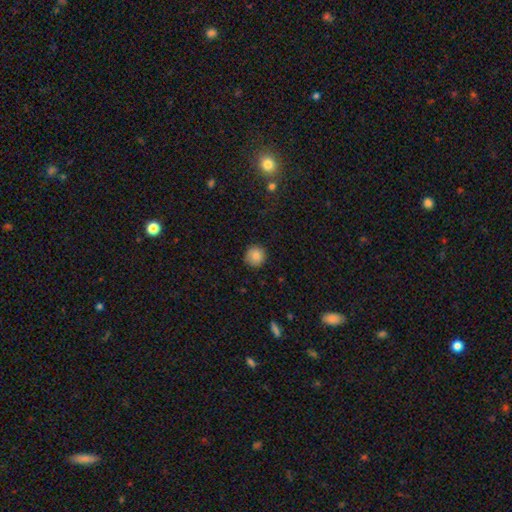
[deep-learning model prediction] A smooth galaxy with no disk features (85%) that is round (95%).

Vote fractions:
- Smooth or featured? smooth: 85% / star or artifact: 9% / featured or disk: 6%
- How rounded? round: 95% / in between: 4% / cigar-shaped: 1%
- Merging? none: 90% / minor disturbance: 7% / major disturbance: 2% / merger: 1%